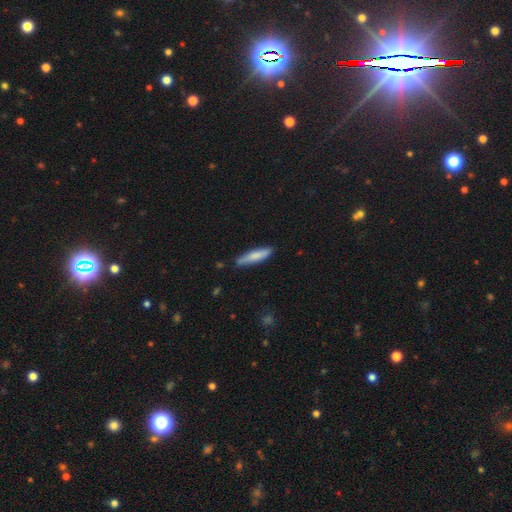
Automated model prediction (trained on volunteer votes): smooth 76%, featured or disk 19%, star or artifact 5%. Down the decision tree: how rounded — cigar-shaped (82%); merging — none (84%).